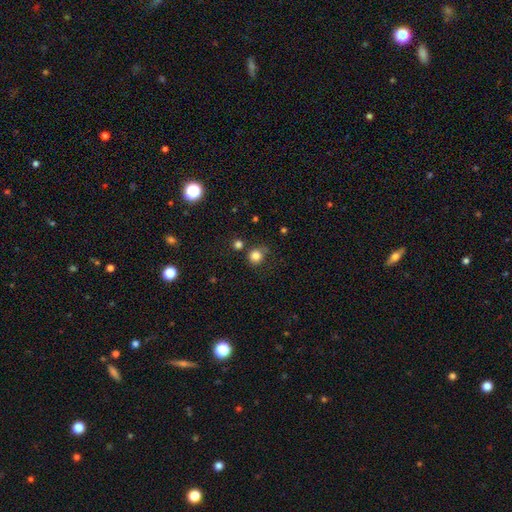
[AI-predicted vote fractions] Overall: smooth (82%). How rounded: round (87%). Merging: none (66%).